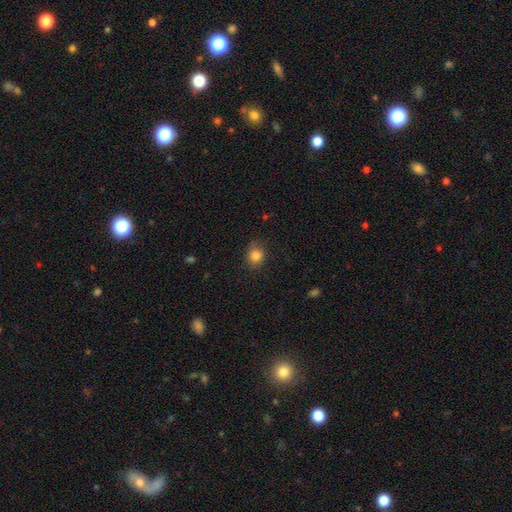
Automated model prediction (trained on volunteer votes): Smooth or featured: smooth — 83% (star or artifact — 11%)
How rounded: round — 73% (in between — 26%)
Merging: none — 82% (minor disturbance — 14%)